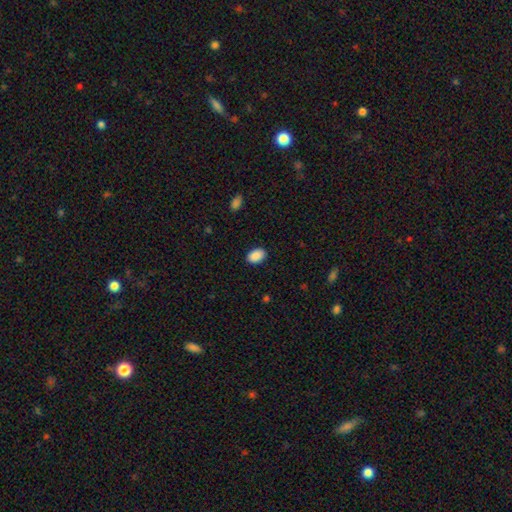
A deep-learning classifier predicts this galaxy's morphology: A smooth galaxy with no disk features (90%) that is in between round and cigar-shaped (87%). Merging: none (88%).